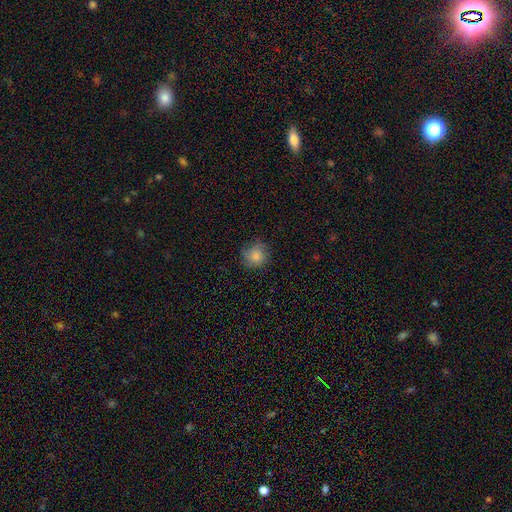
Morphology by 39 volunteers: smooth_or_featured: smooth (p=0.82) [alt: featured or disk p=0.13]
how_rounded: round (p=0.94) [alt: in between p=0.06]
merging: none (p=0.84) [alt: minor disturbance p=0.14]